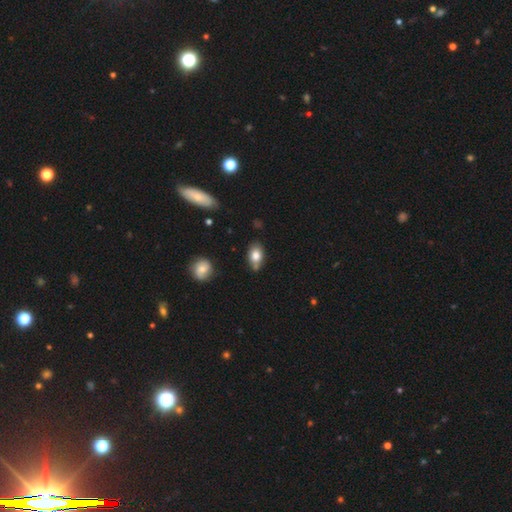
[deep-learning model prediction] Smooth or featured: smooth — 79% (featured or disk — 13%)
How rounded: in between — 85% (round — 13%)
Merging: none — 65% (minor disturbance — 22%)